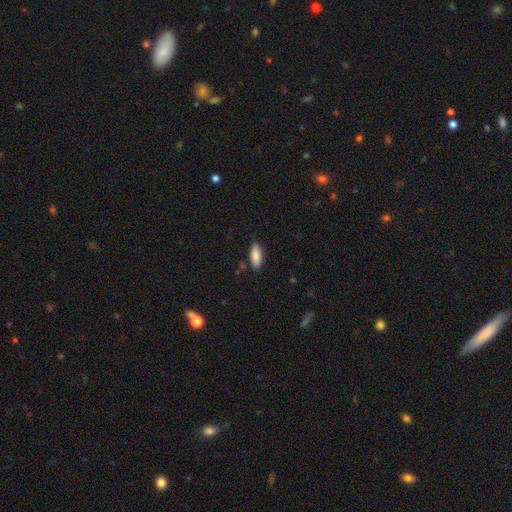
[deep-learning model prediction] smooth-or-featured: smooth: 85% | featured or disk: 9% | star or artifact: 6%
  how-rounded: in between: 73% | cigar-shaped: 25% | round: 2%
  merging: none: 85% | minor disturbance: 11% | major disturbance: 2% | merger: 2%